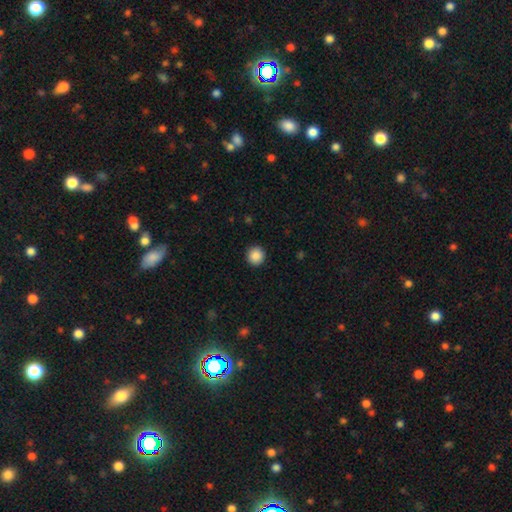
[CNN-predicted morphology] Smooth or featured? smooth (88%)
How rounded? round (93%)
Merging? none (92%)